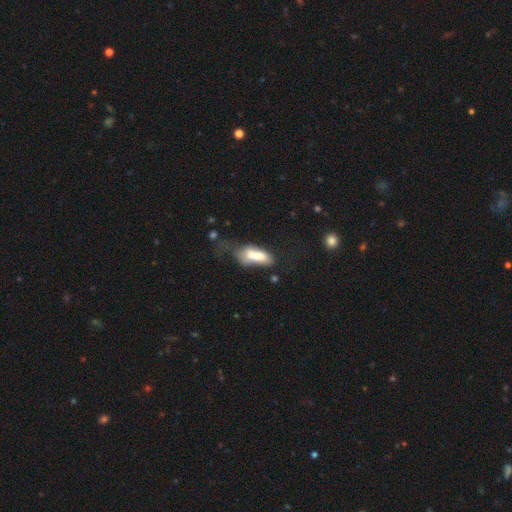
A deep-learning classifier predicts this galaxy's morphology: This appears to be a smooth galaxy with no disk features (71%) that is in between round and cigar-shaped (78%). Merging: major disturbance (36%).